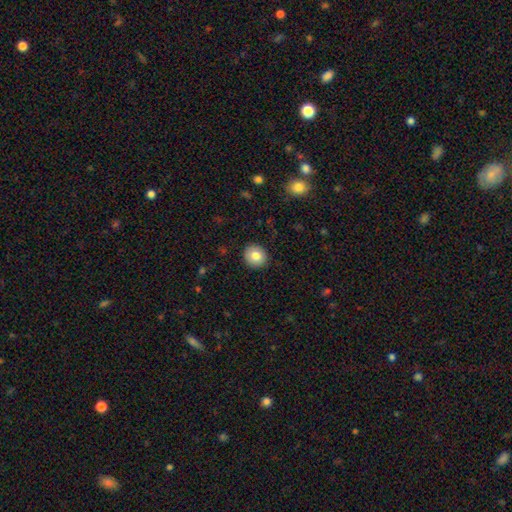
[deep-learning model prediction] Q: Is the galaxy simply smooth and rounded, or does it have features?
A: smooth — 81%.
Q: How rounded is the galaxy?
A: round — 87%.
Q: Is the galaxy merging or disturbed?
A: none — 91%.